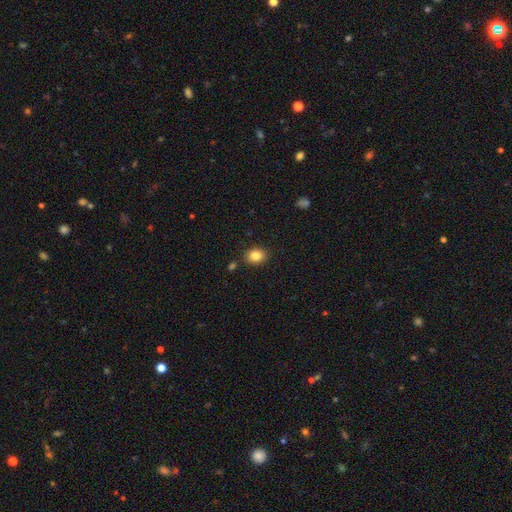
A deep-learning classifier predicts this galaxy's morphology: type=smooth (85%); roundness=in between (51%); merging=none (86%).